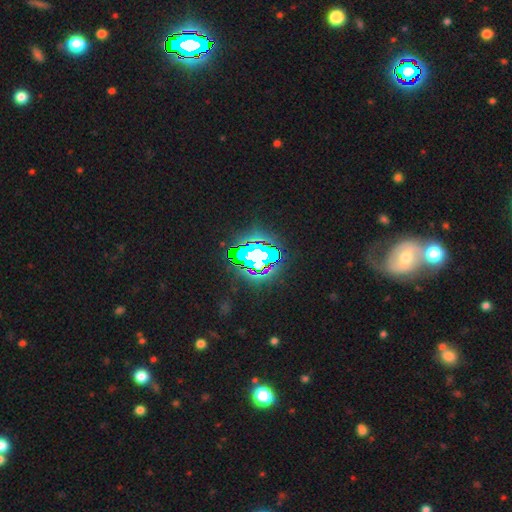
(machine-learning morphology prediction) star or artifact 73%, featured or disk 14%, smooth 13%.